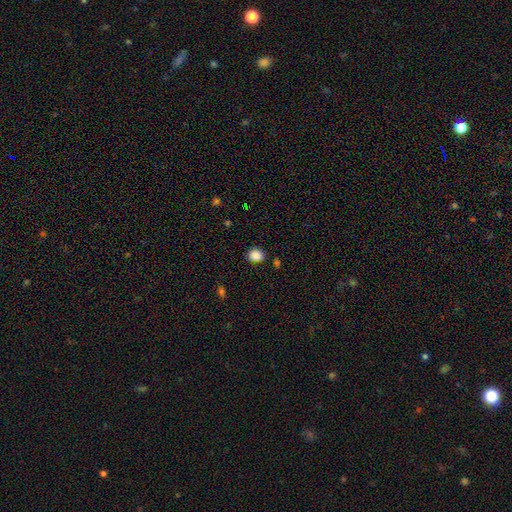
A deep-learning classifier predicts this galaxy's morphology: type=smooth (87%); roundness=round (59%); merging=none (82%).